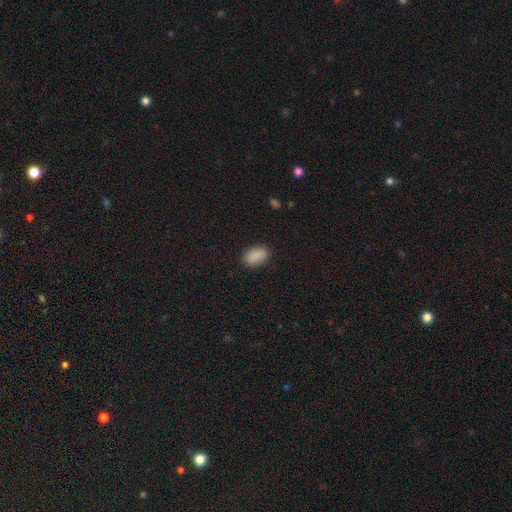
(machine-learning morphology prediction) A smooth galaxy with no disk features (89%) that is in between round and cigar-shaped (90%). Merging: none (86%).